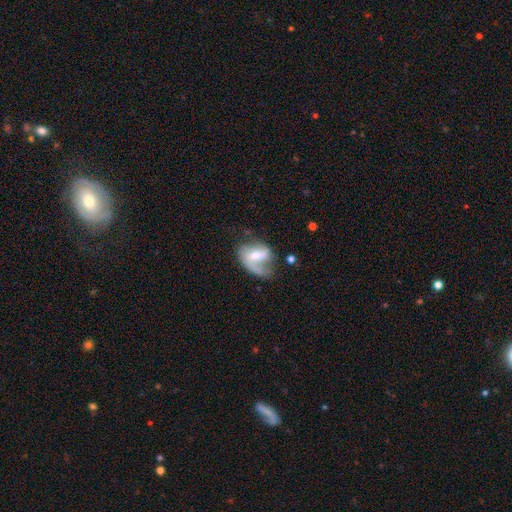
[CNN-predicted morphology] type=featured or disk (68%); edge-on=no (96%); bar=weak (46%); spiral arms=yes (81%); winding=loose (52%); arm count=2 (45%); bulge=moderate (57%); merging=none (37%).